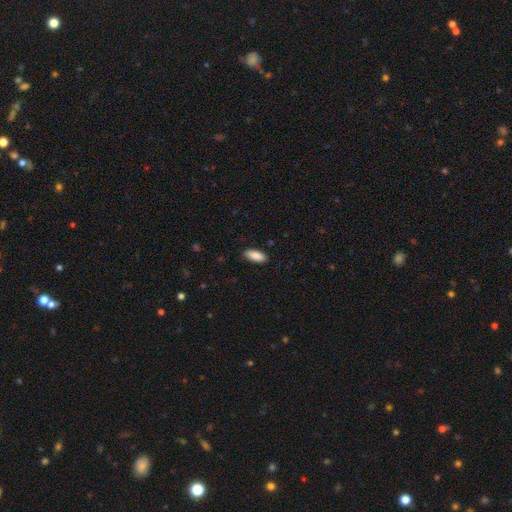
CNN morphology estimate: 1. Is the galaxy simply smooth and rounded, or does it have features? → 89% smooth, 6% star or artifact, 5% featured or disk.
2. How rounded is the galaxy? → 81% in between, 17% cigar-shaped, 2% round.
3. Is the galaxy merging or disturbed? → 88% none, 9% minor disturbance, 2% major disturbance, 1% merger.